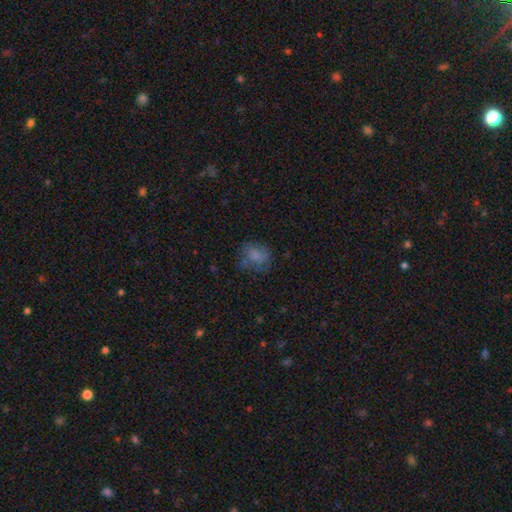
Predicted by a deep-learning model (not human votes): This is likely a smooth galaxy (68%). How rounded: possibly round (54%). Merging: possibly none (56%).